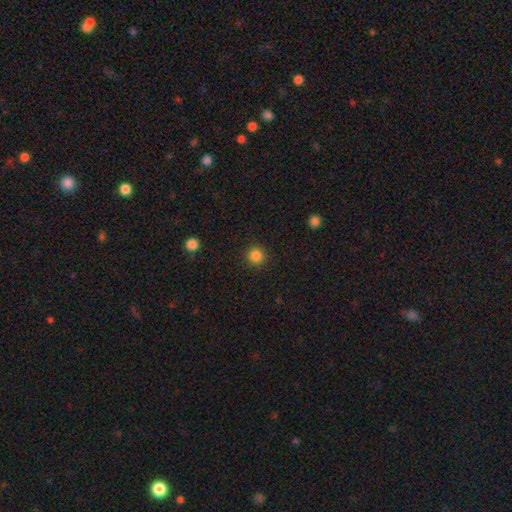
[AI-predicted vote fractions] This appears to be a smooth galaxy with no disk features (84%) that is round (95%). Merging: none (92%).